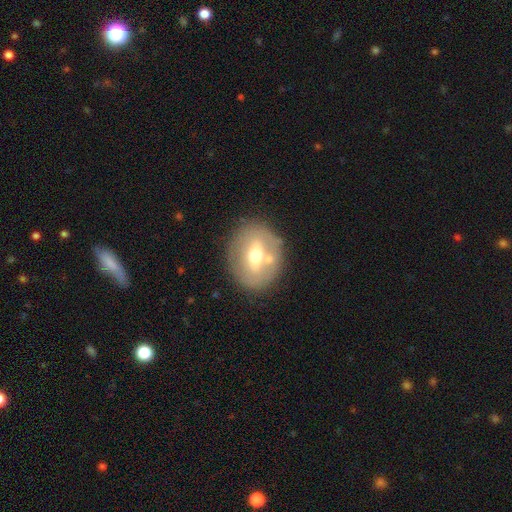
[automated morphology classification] featured or disk 49%, smooth 43%, star or artifact 8%. Down the decision tree: merging — none (73%).